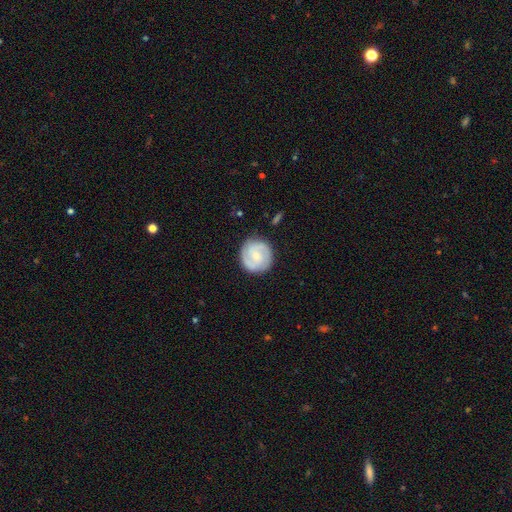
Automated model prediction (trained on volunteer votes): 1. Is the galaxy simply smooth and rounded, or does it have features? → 72% featured or disk, 22% smooth, 5% star or artifact.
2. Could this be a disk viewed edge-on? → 98% no, 2% yes.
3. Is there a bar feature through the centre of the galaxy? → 53% no, 39% weak, 8% strong.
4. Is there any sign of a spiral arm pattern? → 93% yes, 7% no.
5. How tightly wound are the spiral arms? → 51% tight, 39% medium, 10% loose.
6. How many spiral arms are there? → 71% 2, 12% can't tell, 10% 3, 3% 1, 2% 4, 2% more than 4.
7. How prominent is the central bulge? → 70% small, 25% moderate, 2% none, 1% large, 1% dominant.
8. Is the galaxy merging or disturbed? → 85% none, 11% minor disturbance, 3% major disturbance, 1% merger.